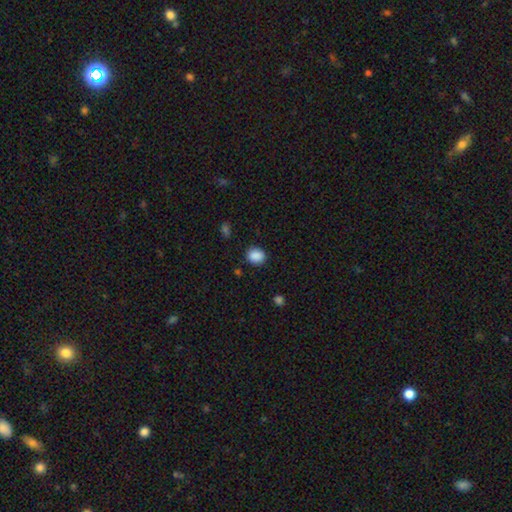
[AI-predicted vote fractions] The model was most divided on "how rounded": round: 61%, in between: 38%, cigar-shaped: 1%. More confident: smooth or featured — smooth (88%); merging — none (86%).